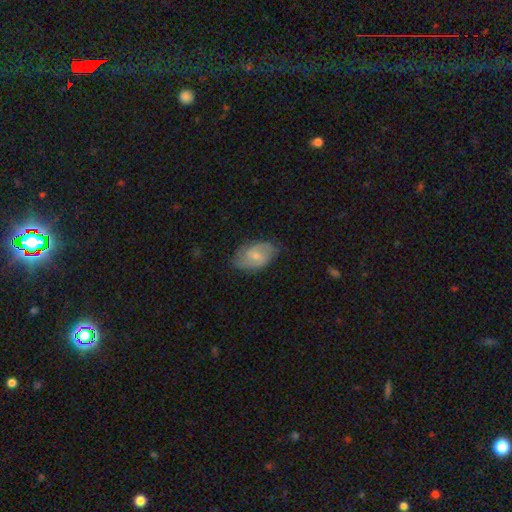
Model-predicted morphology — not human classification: This is possibly a featured or disk galaxy (57%). It is clearly not viewed edge-on (96%). Bar: possibly weak (47%). Spiral arm pattern: clearly yes (85%). Central bulge: possibly small (54%). Merging: likely none (71%).